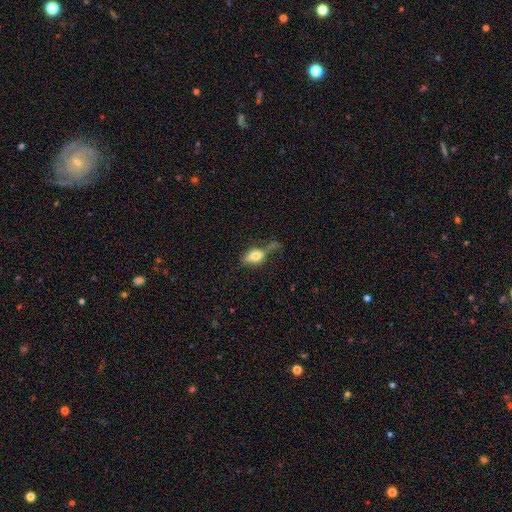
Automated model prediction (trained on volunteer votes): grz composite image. It shows a smooth galaxy with no disk features (61%) that is in between round and cigar-shaped (78%). Merging: none (33%).